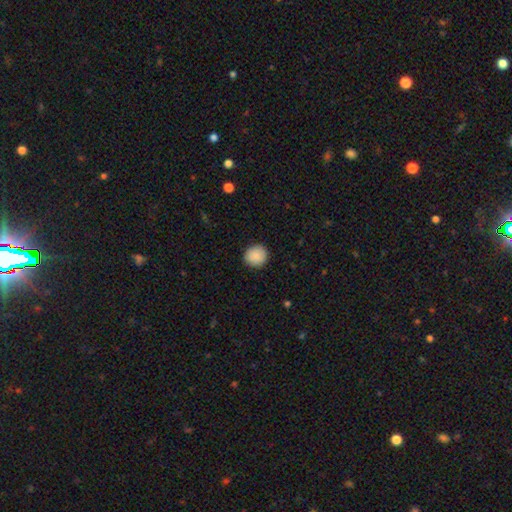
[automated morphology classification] This appears to be a smooth galaxy with no disk features (89%) that is round (90%). Merging: none (90%).